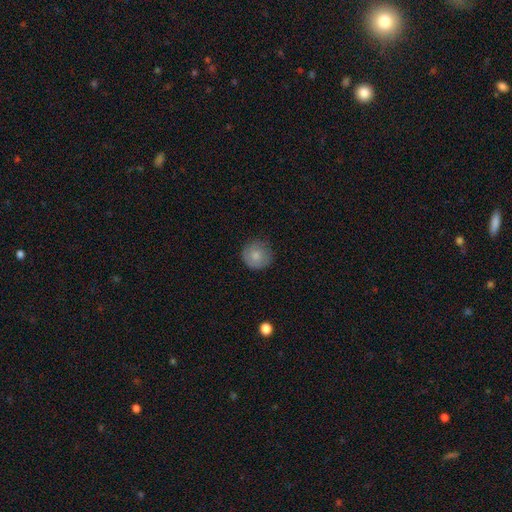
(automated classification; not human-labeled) smooth 78%, featured or disk 14%, star or artifact 8%. Down the decision tree: how rounded — round (94%); merging — none (80%).